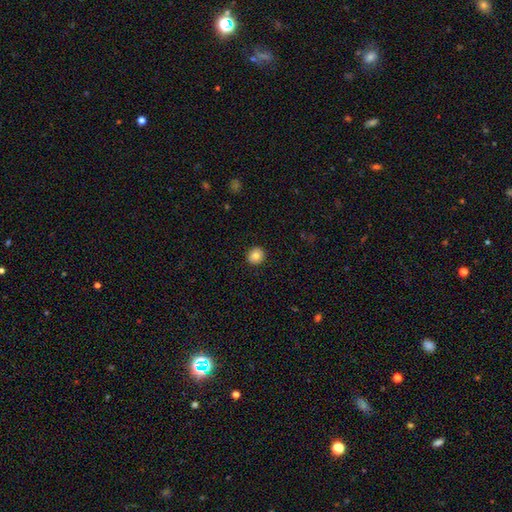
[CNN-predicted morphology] Smooth or featured? Predicted: smooth (p=0.82). How rounded? Predicted: round (p=0.86). Merging? Predicted: none (p=0.92).